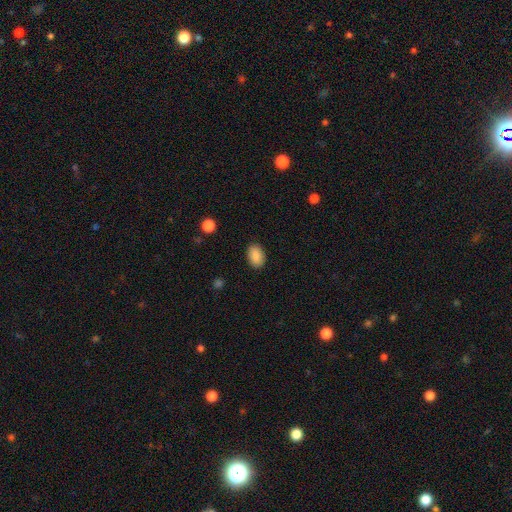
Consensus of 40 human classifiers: Smooth or featured? smooth (90%)
How rounded? in between (86%)
Merging? none (84%)